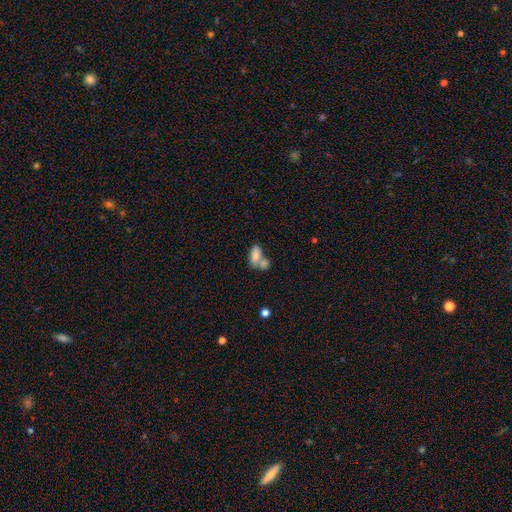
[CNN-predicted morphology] Q: Smooth or featured?
A: smooth (80%); runner-up: featured or disk (12%)
Q: How rounded?
A: in between (90%); runner-up: round (6%)
Q: Merging?
A: merger (61%); runner-up: none (25%)